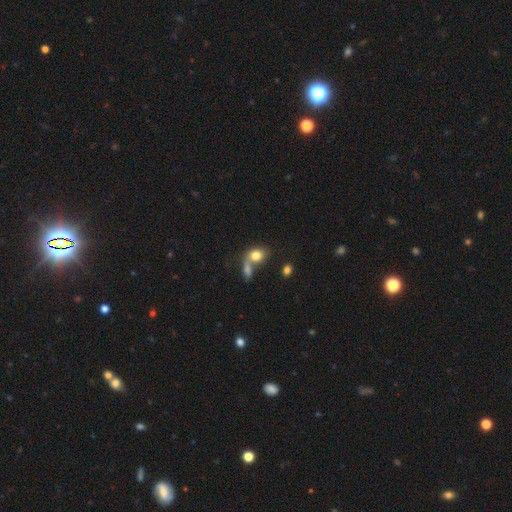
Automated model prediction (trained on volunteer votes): Q: Smooth or featured?
A: smooth (78%); runner-up: featured or disk (12%)
Q: How rounded?
A: in between (54%); runner-up: round (44%)
Q: Merging?
A: merger (54%); runner-up: none (29%)